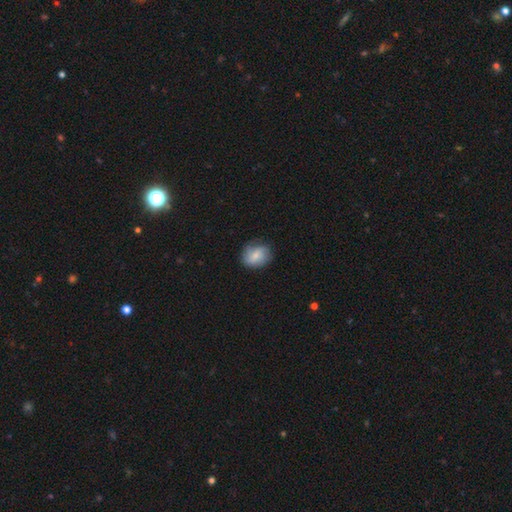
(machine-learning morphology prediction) Q: Smooth or featured?
A: smooth (66%); runner-up: featured or disk (27%)
Q: How rounded?
A: round (56%); runner-up: in between (43%)
Q: Merging?
A: none (71%); runner-up: minor disturbance (21%)